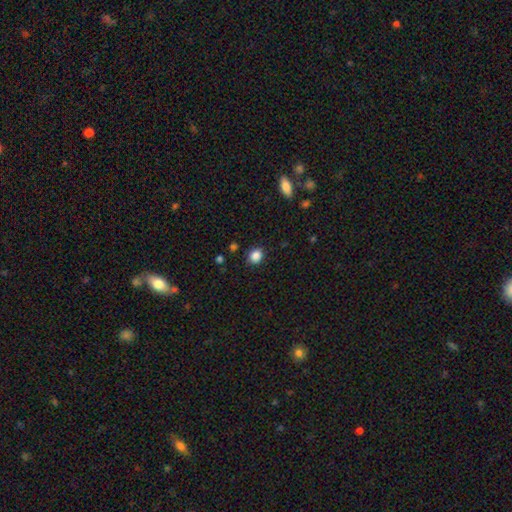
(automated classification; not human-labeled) smooth 86%, star or artifact 10%, featured or disk 4%. Down the decision tree: how rounded — round (69%); merging — none (88%).